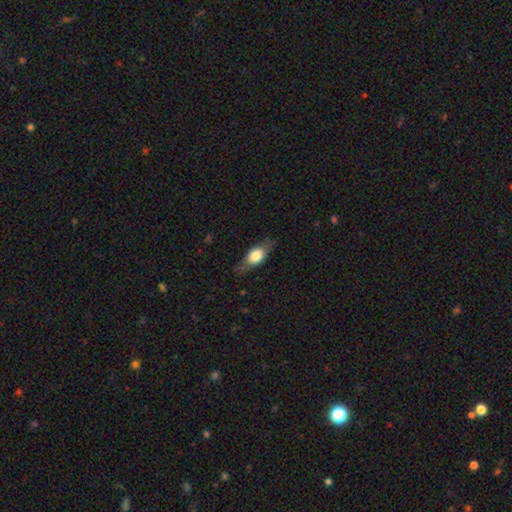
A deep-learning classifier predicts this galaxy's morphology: Smooth or featured: smooth — 57% (featured or disk — 36%)
How rounded: in between — 71% (cigar-shaped — 17%)
Merging: none — 73% (minor disturbance — 19%)